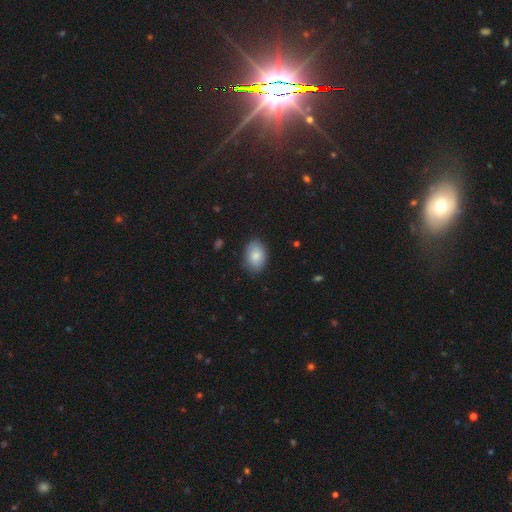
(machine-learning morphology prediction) A smooth galaxy with no disk features (83%) that is in between round and cigar-shaped (84%).

Vote fractions:
- Smooth or featured? smooth: 83% / featured or disk: 10% / star or artifact: 7%
- How rounded? in between: 84% / round: 15% / cigar-shaped: 1%
- Merging? none: 84% / minor disturbance: 13% / major disturbance: 3% / merger: 1%